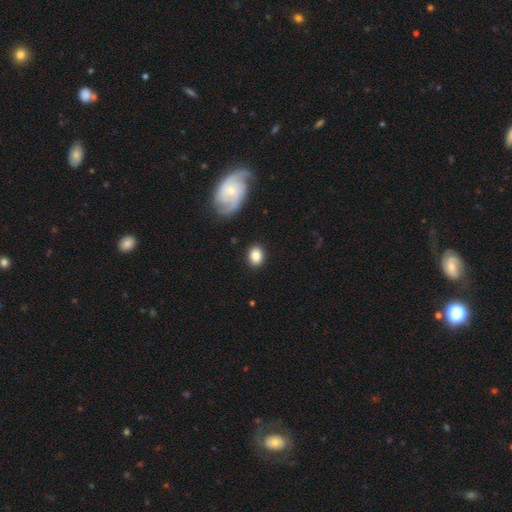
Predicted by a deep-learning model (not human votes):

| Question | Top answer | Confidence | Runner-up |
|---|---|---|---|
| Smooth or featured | smooth | 84% | featured or disk (8%) |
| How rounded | in between | 63% | round (36%) |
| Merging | none | 87% | minor disturbance (9%) |